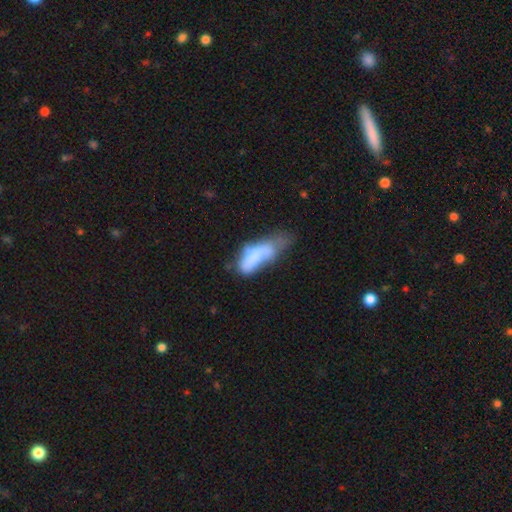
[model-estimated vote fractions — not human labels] Q: Smooth or featured?
A: smooth (65%); runner-up: featured or disk (26%)
Q: How rounded?
A: in between (69%); runner-up: cigar-shaped (28%)
Q: Merging?
A: major disturbance (37%); runner-up: minor disturbance (28%)